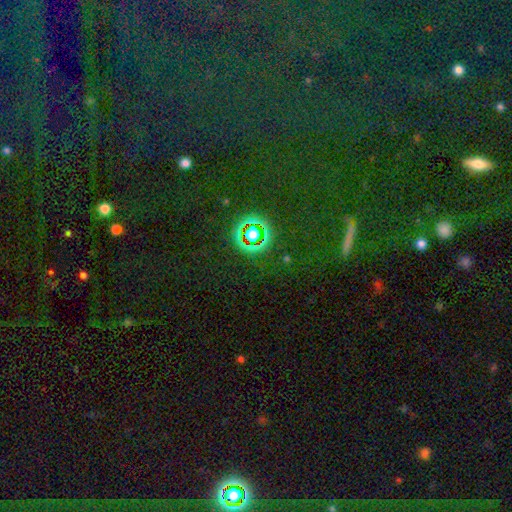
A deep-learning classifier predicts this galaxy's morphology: A star or artifact, not a galaxy (71%).

Vote fractions:
- Smooth or featured? star or artifact: 71% / smooth: 18% / featured or disk: 11%